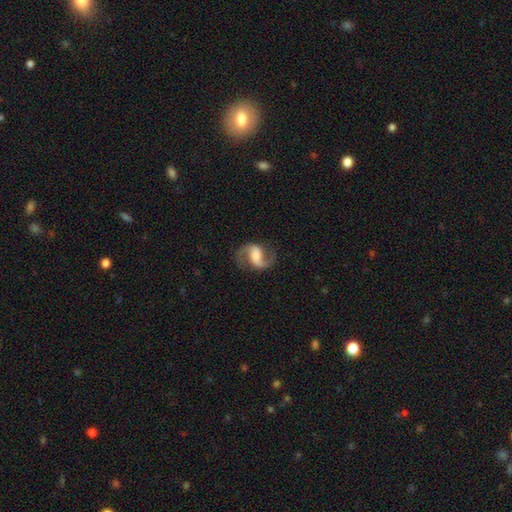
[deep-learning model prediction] Q: Smooth or featured?
A: featured or disk (89%); runner-up: smooth (6%)
Q: Edge-on disk?
A: no (98%); runner-up: yes (2%)
Q: Bar?
A: weak (45%); runner-up: no (32%)
Q: Spiral arms?
A: yes (98%); runner-up: no (2%)
Q: Spiral winding?
A: medium (48%); runner-up: loose (43%)
Q: Spiral arm count?
A: 2 (93%); runner-up: 1 (2%)
Q: Bulge size?
A: moderate (43%); runner-up: small (23%)
Q: Merging?
A: none (80%); runner-up: minor disturbance (12%)